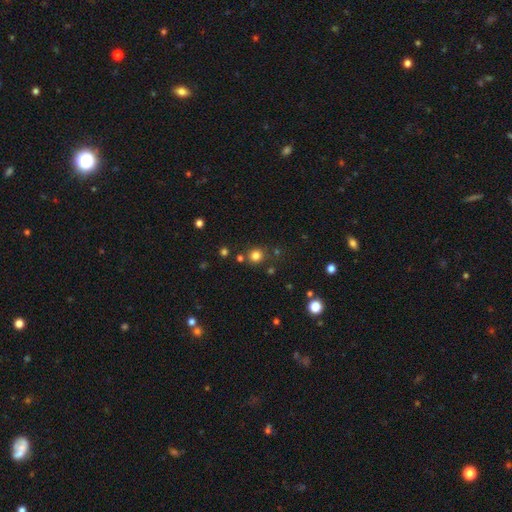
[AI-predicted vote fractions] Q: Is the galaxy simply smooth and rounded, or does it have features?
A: smooth — 79%.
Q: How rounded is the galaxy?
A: round — 89%.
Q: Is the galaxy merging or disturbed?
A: none — 81%.